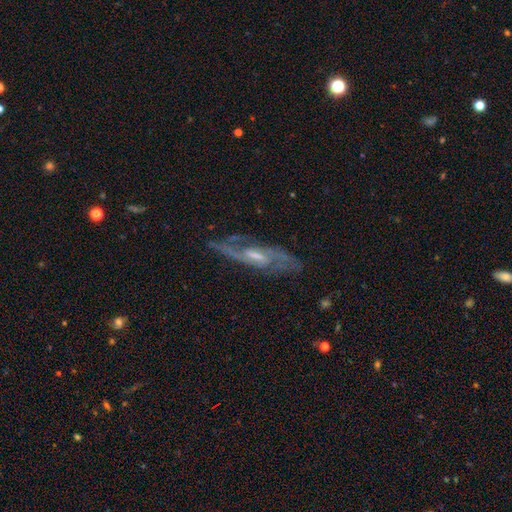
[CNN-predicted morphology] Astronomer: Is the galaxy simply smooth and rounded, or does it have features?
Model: featured or disk — 84%.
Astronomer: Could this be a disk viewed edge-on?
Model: no — 79%.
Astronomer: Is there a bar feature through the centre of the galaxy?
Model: weak — 55%.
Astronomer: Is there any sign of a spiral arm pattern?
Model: yes — 93%.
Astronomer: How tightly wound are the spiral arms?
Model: medium — 51% (runner-up: loose, 27%).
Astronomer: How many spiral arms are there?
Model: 2 — 70%.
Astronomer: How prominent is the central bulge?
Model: small — 45% (runner-up: moderate, 40%).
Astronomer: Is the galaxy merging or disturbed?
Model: none — 71%.